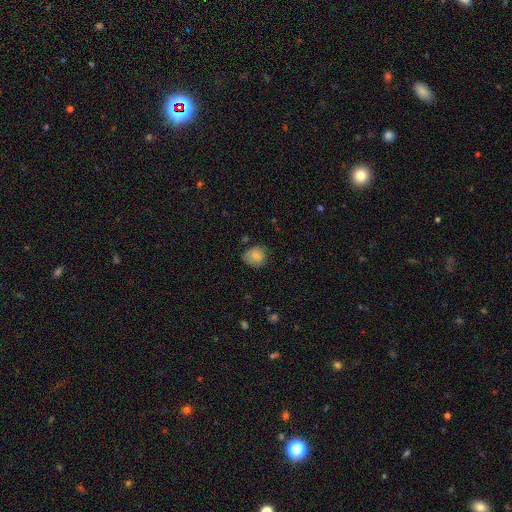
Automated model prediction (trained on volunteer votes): A smooth galaxy with no disk features (83%) that is round (76%).

Vote fractions:
- Smooth or featured? smooth: 83% / star or artifact: 9% / featured or disk: 8%
- How rounded? round: 76% / in between: 23% / cigar-shaped: 1%
- Merging? none: 69% / minor disturbance: 24% / major disturbance: 5% / merger: 2%